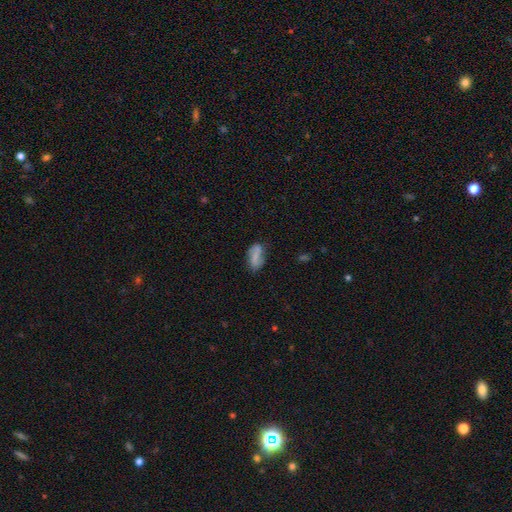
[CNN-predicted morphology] A smooth galaxy with no disk features (52%) that is in between round and cigar-shaped (88%).

Vote fractions:
- Smooth or featured? smooth: 52% / featured or disk: 38% / star or artifact: 9%
- How rounded? in between: 88% / cigar-shaped: 7% / round: 5%
- Merging? none: 62% / minor disturbance: 25% / major disturbance: 9% / merger: 4%